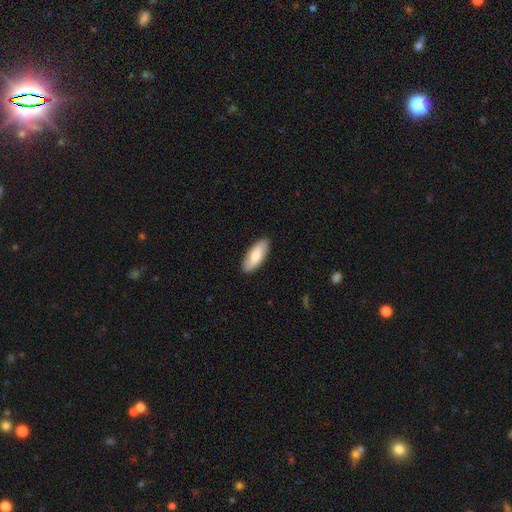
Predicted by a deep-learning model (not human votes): Morphology: type=smooth (75%); roundness=in between (83%); merging=none (88%).